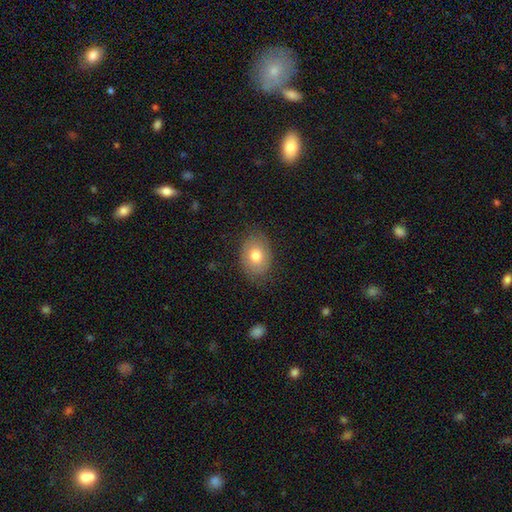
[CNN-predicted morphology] Smooth or featured? smooth (74%)
How rounded? in between (69%)
Merging? none (81%)